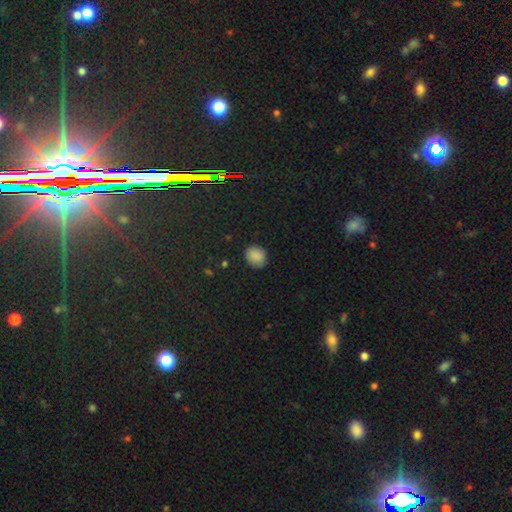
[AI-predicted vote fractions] Morphology: type=smooth (87%); roundness=round (68%); merging=none (85%).